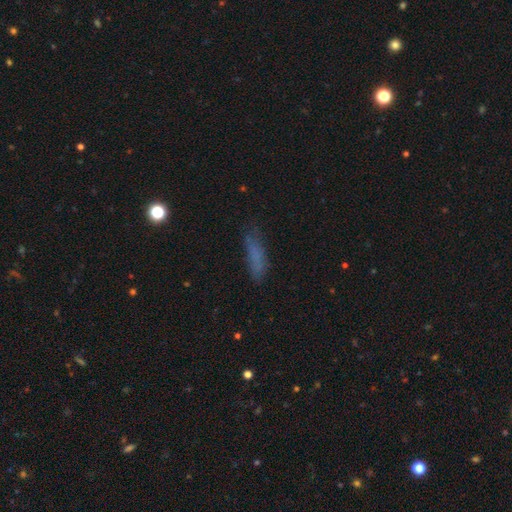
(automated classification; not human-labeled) smooth_or_featured: smooth (p=0.67) [alt: featured or disk p=0.19]
how_rounded: cigar-shaped (p=0.64) [alt: in between p=0.34]
merging: none (p=0.66) [alt: minor disturbance p=0.22]